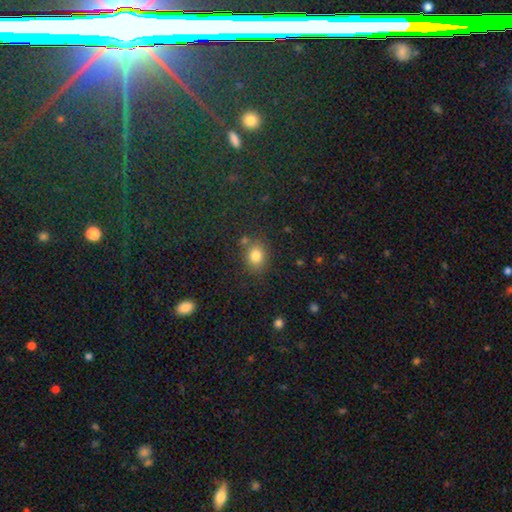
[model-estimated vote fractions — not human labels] smooth-or-featured: smooth: 81% | star or artifact: 12% | featured or disk: 7%
  how-rounded: round: 57% | in between: 42% | cigar-shaped: 1%
  merging: none: 73% | minor disturbance: 13% | merger: 9% | major disturbance: 4%